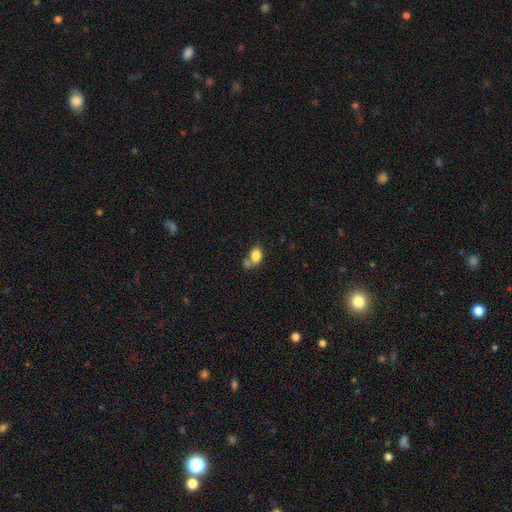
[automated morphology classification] smooth_or_featured: smooth (p=0.82) [alt: star or artifact p=0.09]
how_rounded: in between (p=0.78) [alt: round p=0.21]
merging: none (p=0.42) [alt: merger p=0.38]